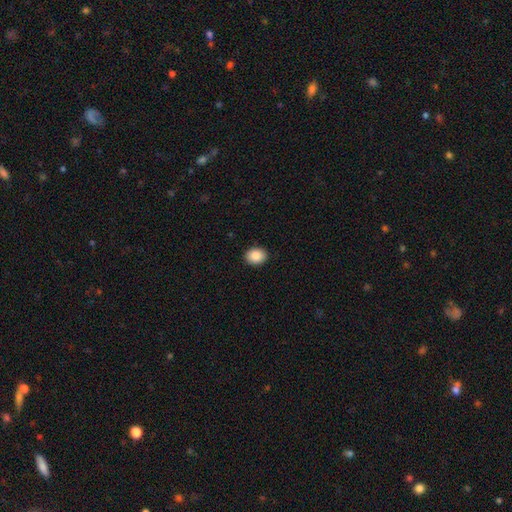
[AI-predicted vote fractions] smooth 87%, star or artifact 8%, featured or disk 5%. Down the decision tree: how rounded — in between (55%); merging — none (91%).